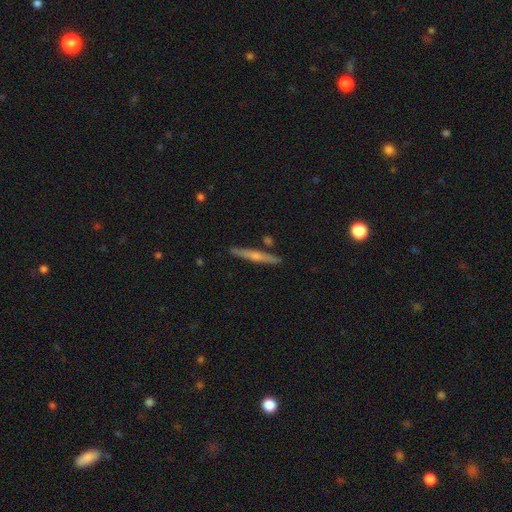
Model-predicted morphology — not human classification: A featured or disk galaxy (59%) viewed edge-on (97%) with a rounded central bulge (72%). Merging: none (88%).